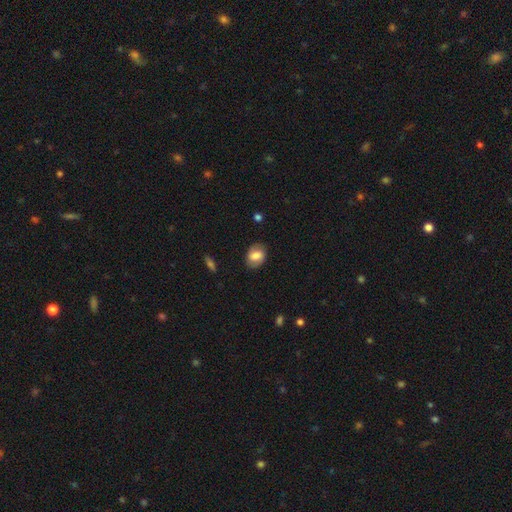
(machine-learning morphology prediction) Q: Smooth or featured?
A: smooth (72%); runner-up: featured or disk (20%)
Q: How rounded?
A: in between (66%); runner-up: round (33%)
Q: Merging?
A: none (81%); runner-up: minor disturbance (14%)